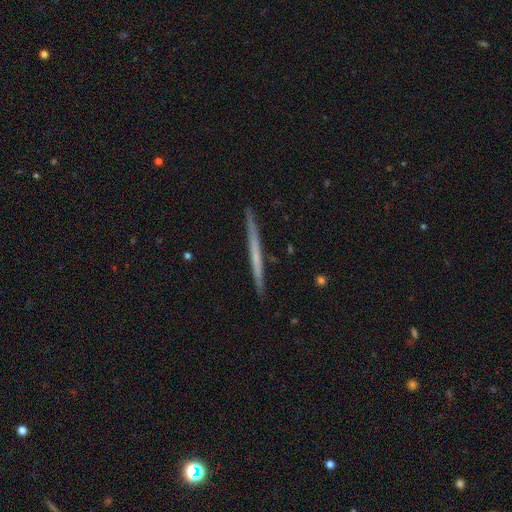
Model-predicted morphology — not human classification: Smooth or featured? Predicted: featured or disk (p=0.51). Edge-on disk? Predicted: yes (p=0.97). Merging? Predicted: none (p=0.91).